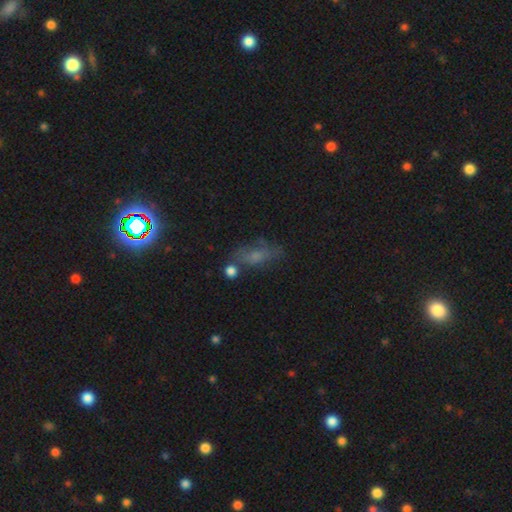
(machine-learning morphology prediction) Smooth or featured? Predicted: smooth (p=0.48). Merging? Predicted: none (p=0.52).